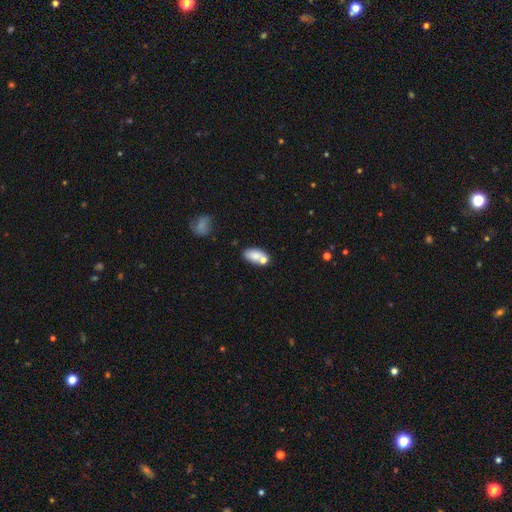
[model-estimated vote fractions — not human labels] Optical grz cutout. It shows a smooth galaxy with no disk features (78%) that is in between round and cigar-shaped (90%). Merging: none (55%).